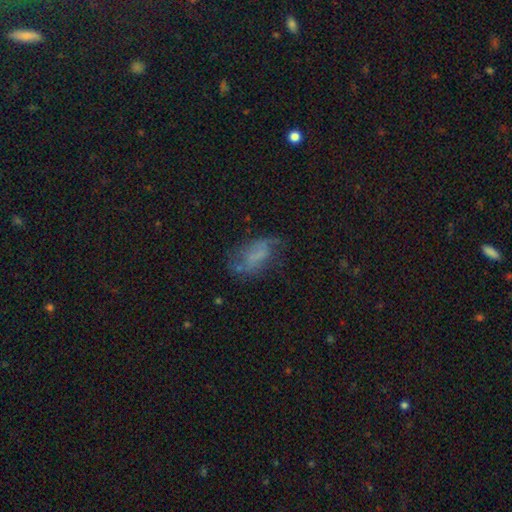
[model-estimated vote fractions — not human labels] This appears to be a smooth galaxy with no disk features (43%). Merging: none (44%).